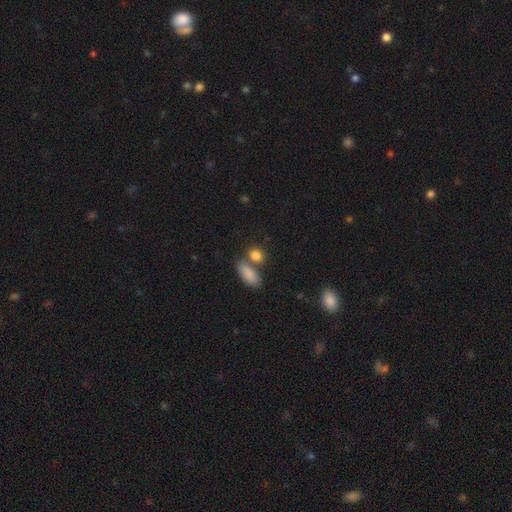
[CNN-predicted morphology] smooth_or_featured: smooth (p=0.86) [alt: star or artifact p=0.08]
how_rounded: in between (p=0.56) [alt: round p=0.39]
merging: none (p=0.59) [alt: merger p=0.26]